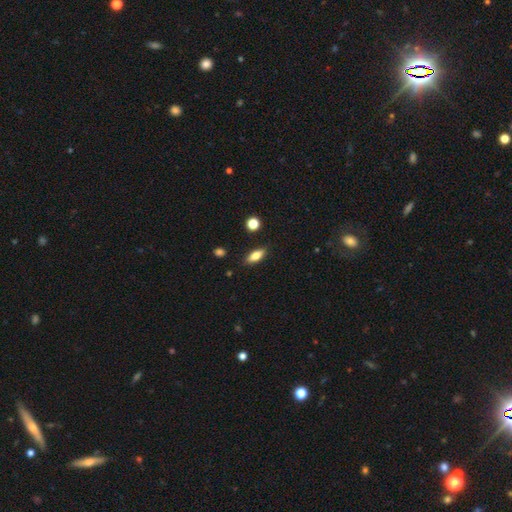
Q: Smooth or featured?
A: smooth (74%); runner-up: featured or disk (24%)
Q: How rounded?
A: in between (82%); runner-up: cigar-shaped (14%)
Q: Merging?
A: none (81%); runner-up: minor disturbance (16%)